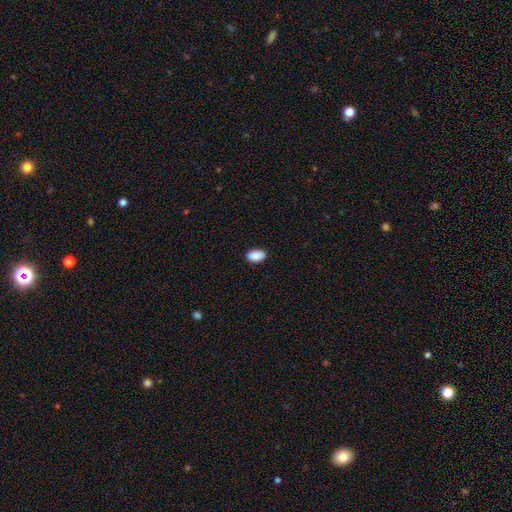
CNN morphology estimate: Smooth or featured? Predicted: smooth (p=0.90). How rounded? Predicted: in between (p=0.91). Merging? Predicted: none (p=0.87).